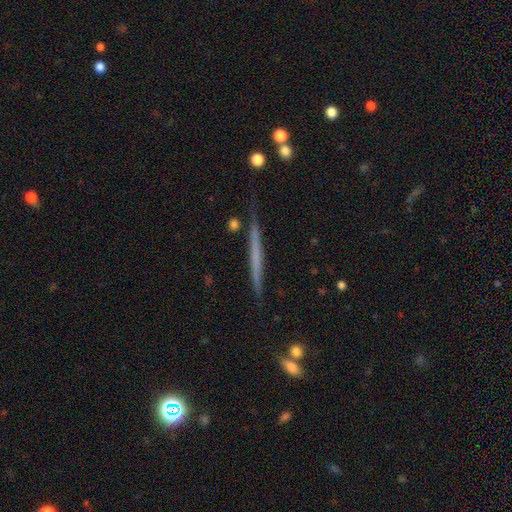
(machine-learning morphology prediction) Overall: featured or disk (53%; smooth 40%). Edge-on disk: yes (97%). Edge-on bulge: none (87%). Merging: none (87%).